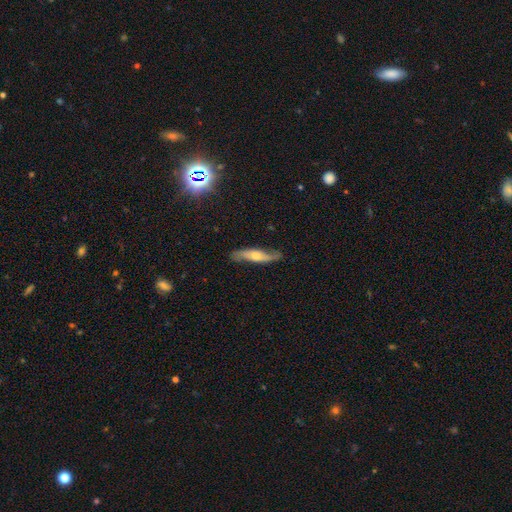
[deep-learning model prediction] featured or disk 56%, smooth 38%, star or artifact 6%. Down the decision tree: edge-on disk — yes (60%); merging — none (79%).